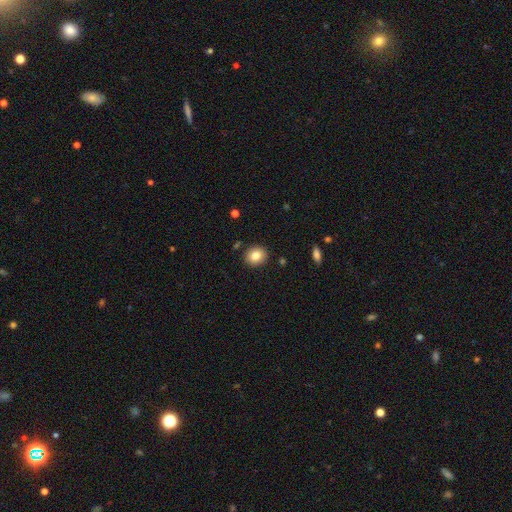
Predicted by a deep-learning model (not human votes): Q: Smooth or featured?
A: smooth (82%); runner-up: star or artifact (9%)
Q: How rounded?
A: round (73%); runner-up: in between (26%)
Q: Merging?
A: none (89%); runner-up: minor disturbance (7%)